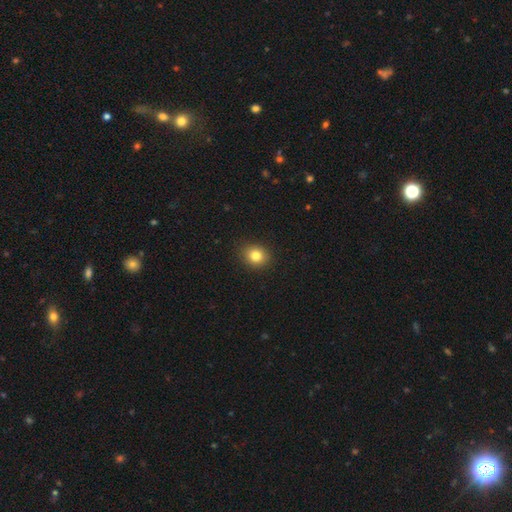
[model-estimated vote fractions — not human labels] Smooth or featured?
  - smooth: 82% *
  - star or artifact: 11%
  - featured or disk: 7%
How rounded?
  - round: 65% *
  - in between: 34%
  - cigar-shaped: 1%
Merging?
  - none: 89% *
  - minor disturbance: 8%
  - major disturbance: 2%
  - merger: 1%